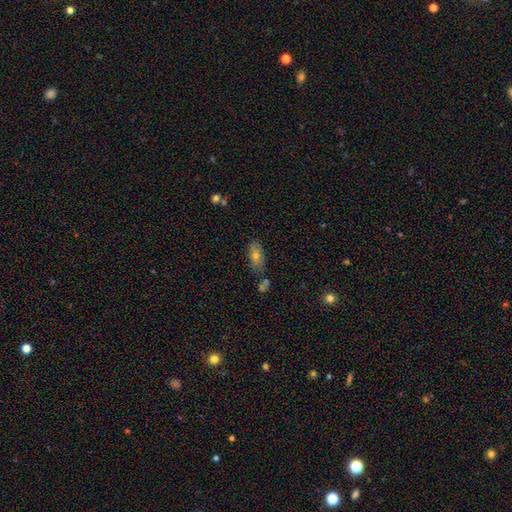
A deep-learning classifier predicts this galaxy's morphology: Overall: smooth (63%; featured or disk 26%). How rounded: in between (81%). Merging: none (75%).